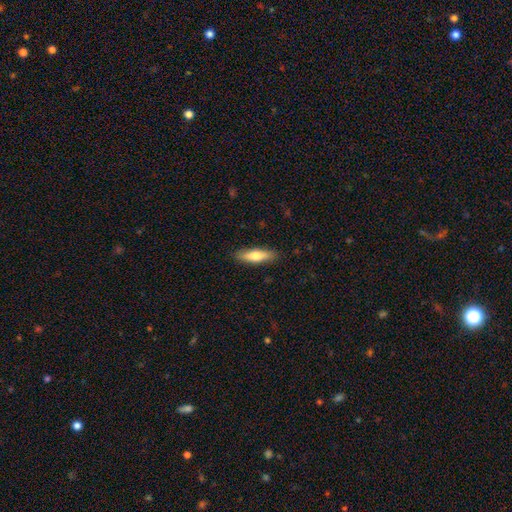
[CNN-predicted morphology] The model was most divided on "how rounded": cigar-shaped: 62%, in between: 36%, round: 2%. More confident: merging — none (88%); smooth or featured — smooth (69%).